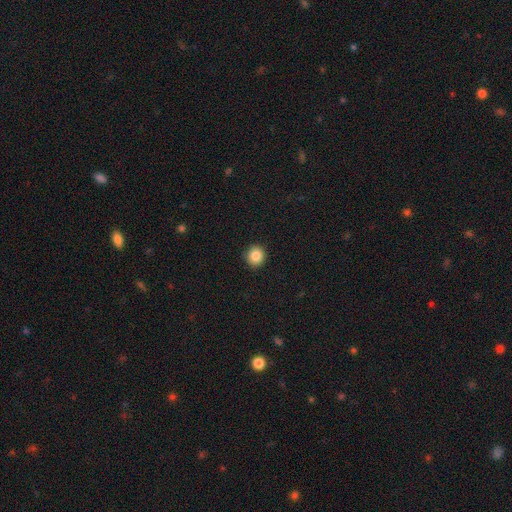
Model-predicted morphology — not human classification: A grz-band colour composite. It shows a smooth galaxy with no disk features (86%) that is round (91%). Merging: none (92%).